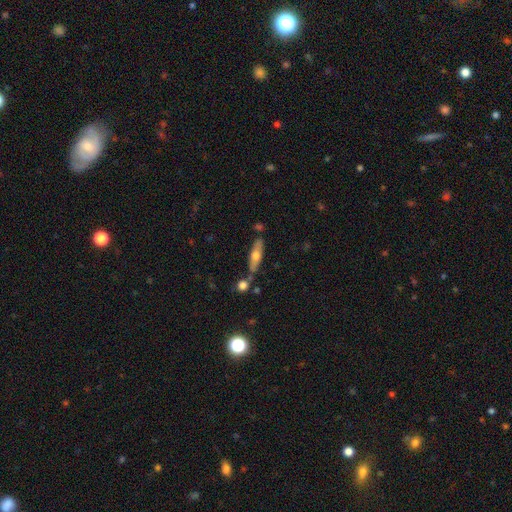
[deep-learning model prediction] Q: Smooth or featured?
A: smooth (53%); runner-up: featured or disk (41%)
Q: How rounded?
A: cigar-shaped (66%); runner-up: in between (32%)
Q: Merging?
A: none (73%); runner-up: minor disturbance (14%)